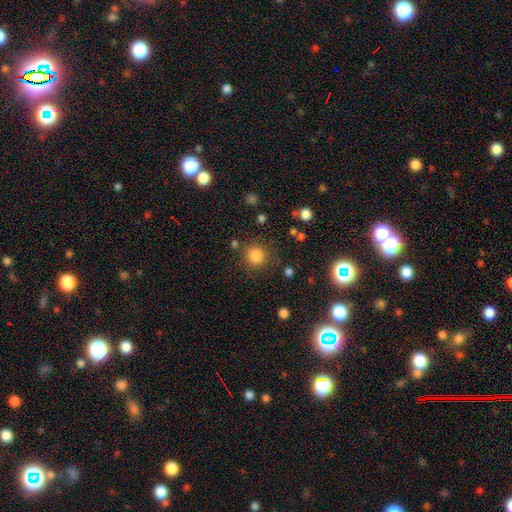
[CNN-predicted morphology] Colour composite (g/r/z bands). It shows a smooth galaxy with no disk features (84%) that is round (93%). Merging: none (84%).